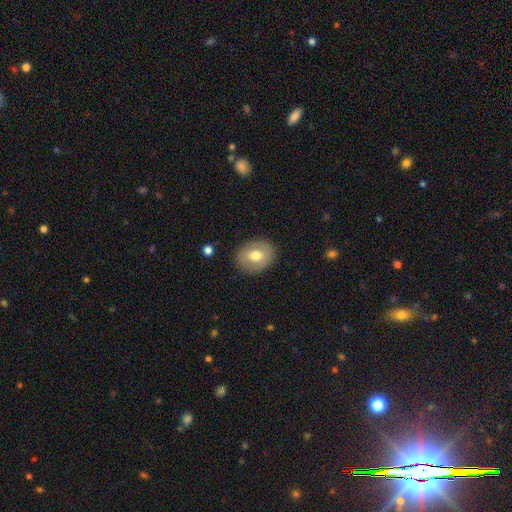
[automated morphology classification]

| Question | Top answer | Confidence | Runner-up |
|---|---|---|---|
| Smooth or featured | smooth | 65% | featured or disk (28%) |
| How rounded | in between | 56% | round (43%) |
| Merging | none | 86% | minor disturbance (10%) |